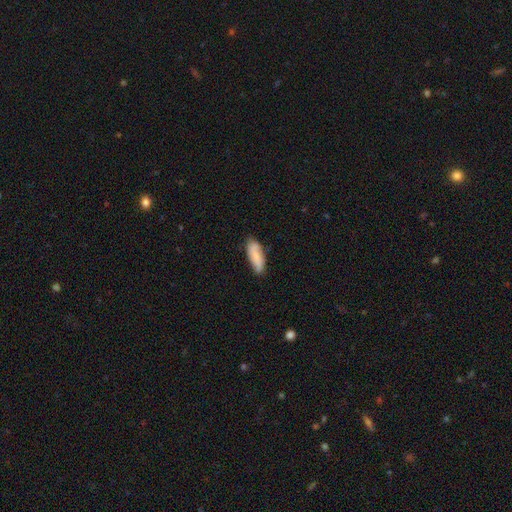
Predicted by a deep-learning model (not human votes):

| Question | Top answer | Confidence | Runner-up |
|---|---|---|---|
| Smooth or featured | smooth | 72% | featured or disk (22%) |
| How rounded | in between | 66% | cigar-shaped (32%) |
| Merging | none | 72% | minor disturbance (22%) |